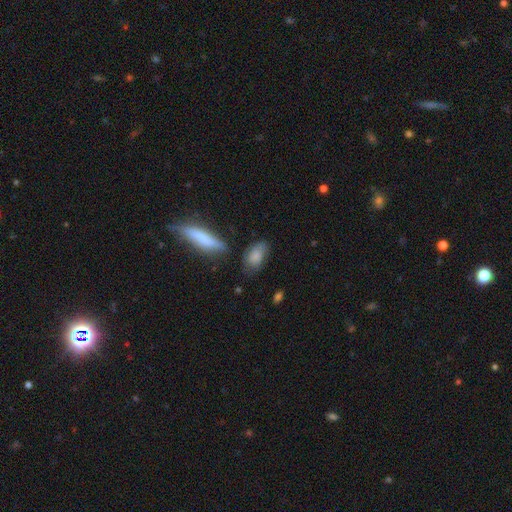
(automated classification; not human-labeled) Smooth or featured? Predicted: smooth (p=0.74). How rounded? Predicted: in between (p=0.89). Merging? Predicted: none (p=0.57).